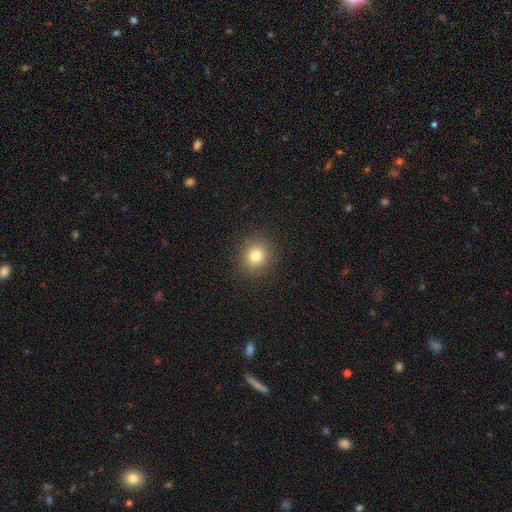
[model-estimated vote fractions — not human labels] A smooth galaxy with no disk features (79%) that is round (89%).

Vote fractions:
- Smooth or featured? smooth: 79% / star or artifact: 14% / featured or disk: 7%
- How rounded? round: 89% / in between: 10% / cigar-shaped: 1%
- Merging? none: 90% / minor disturbance: 6% / major disturbance: 2% / merger: 1%